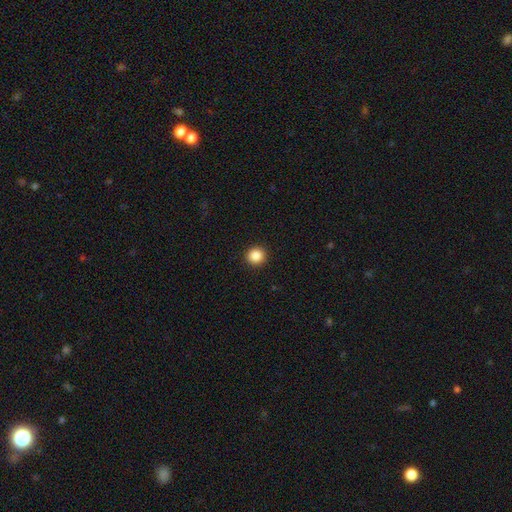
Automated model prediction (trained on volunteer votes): Smooth or featured?
  - smooth: 87% *
  - star or artifact: 10%
  - featured or disk: 3%
How rounded?
  - round: 93% *
  - in between: 6%
  - cigar-shaped: 1%
Merging?
  - none: 93% *
  - minor disturbance: 4%
  - major disturbance: 2%
  - merger: 1%